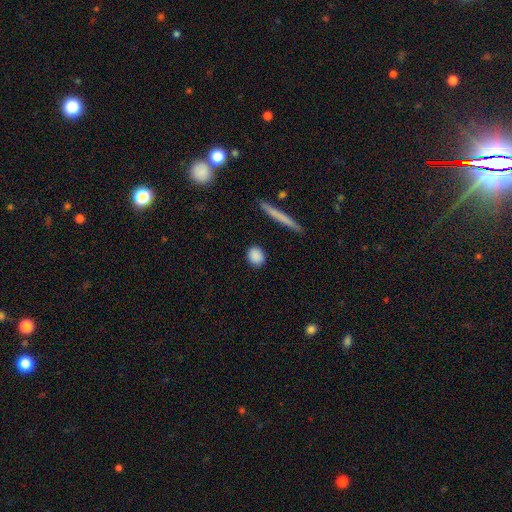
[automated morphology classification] Overall: smooth (87%). How rounded: round (72%). Merging: none (89%).